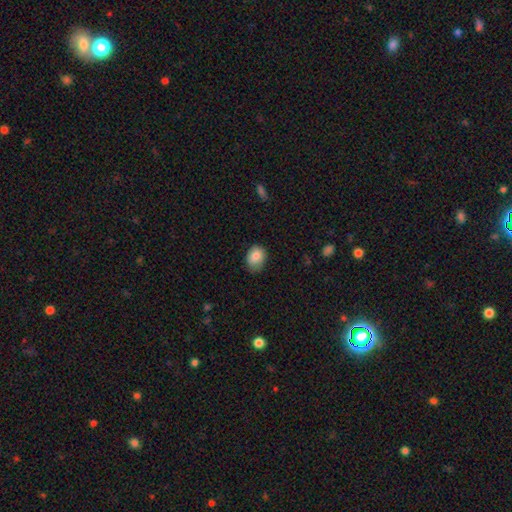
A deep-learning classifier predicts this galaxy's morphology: This appears to be a smooth galaxy with no disk features (83%) that is in between round and cigar-shaped (62%). Merging: none (64%).